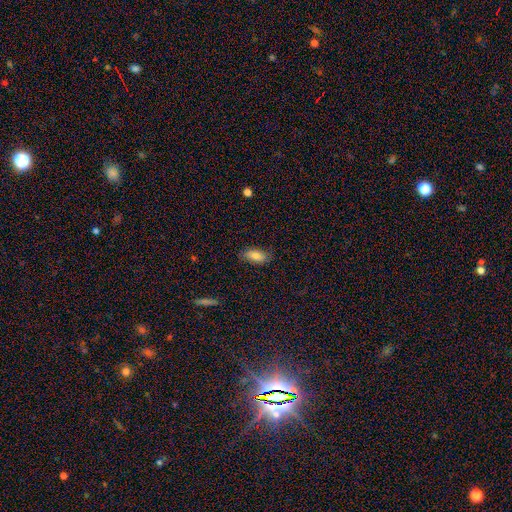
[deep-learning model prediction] Smooth or featured?
  - smooth: 80% *
  - featured or disk: 13%
  - star or artifact: 8%
How rounded?
  - in between: 91% *
  - cigar-shaped: 6%
  - round: 3%
Merging?
  - none: 80% *
  - minor disturbance: 16%
  - major disturbance: 3%
  - merger: 1%